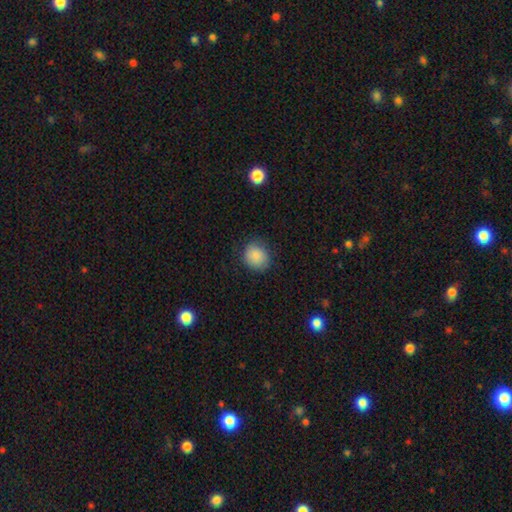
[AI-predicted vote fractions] Q: Smooth or featured?
A: smooth (86%); runner-up: star or artifact (8%)
Q: How rounded?
A: round (73%); runner-up: in between (26%)
Q: Merging?
A: none (83%); runner-up: minor disturbance (13%)